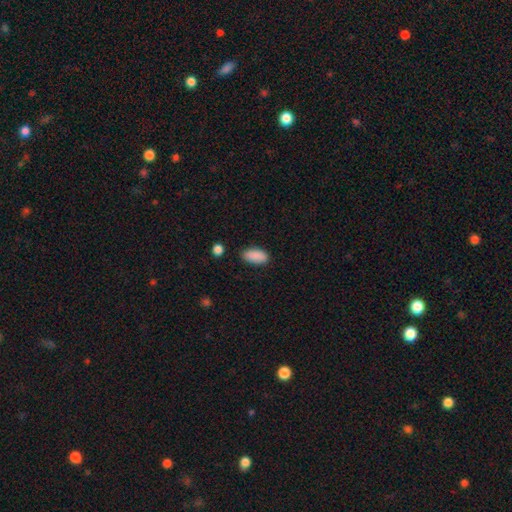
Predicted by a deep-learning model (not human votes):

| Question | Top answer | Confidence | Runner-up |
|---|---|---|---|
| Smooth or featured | smooth | 90% | star or artifact (7%) |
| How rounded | in between | 90% | cigar-shaped (8%) |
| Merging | none | 84% | minor disturbance (11%) |